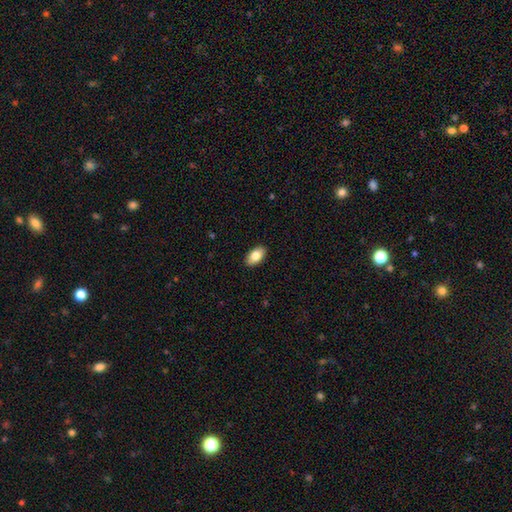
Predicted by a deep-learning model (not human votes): Smooth or featured: smooth — 82% (featured or disk — 11%)
How rounded: in between — 94% (round — 4%)
Merging: none — 90% (minor disturbance — 7%)